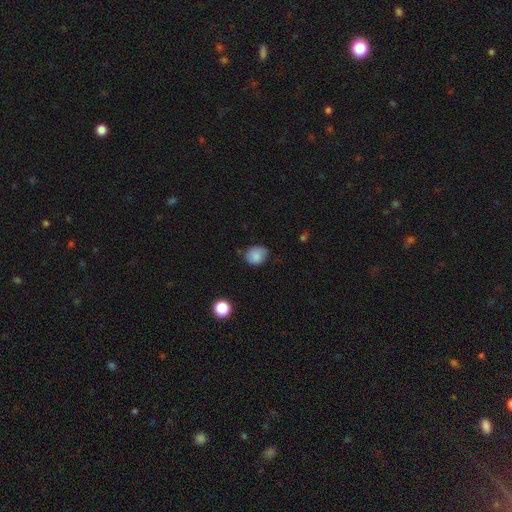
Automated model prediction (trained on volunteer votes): Morphology: type=smooth (84%); roundness=round (60%); merging=none (66%).